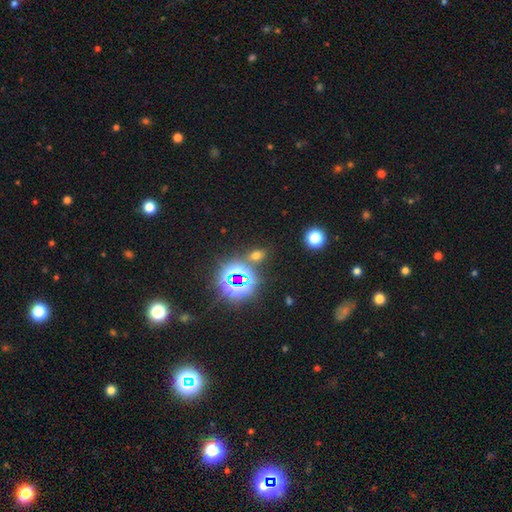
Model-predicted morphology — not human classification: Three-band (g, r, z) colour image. It shows a smooth galaxy with no disk features (50%) that is in between round and cigar-shaped (66%). Merging: none (77%).